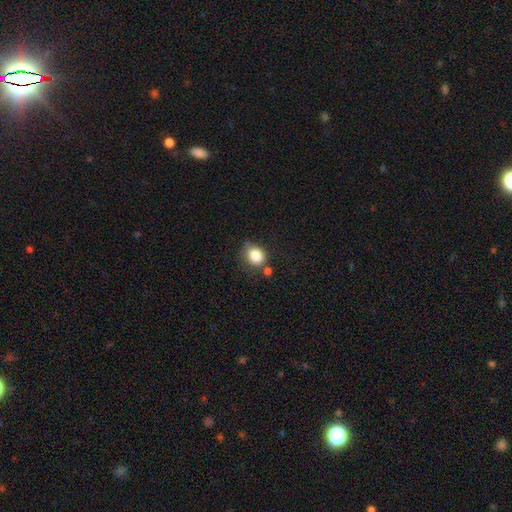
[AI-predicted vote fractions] A smooth galaxy with no disk features (84%) that is round (57%).

Vote fractions:
- Smooth or featured? smooth: 84% / star or artifact: 10% / featured or disk: 6%
- How rounded? round: 57% / in between: 42% / cigar-shaped: 1%
- Merging? none: 63% / minor disturbance: 20% / merger: 11% / major disturbance: 6%